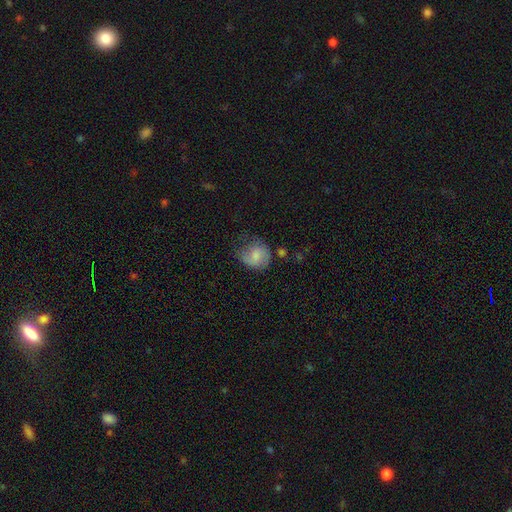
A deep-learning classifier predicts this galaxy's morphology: This is likely a smooth galaxy (71%). How rounded: likely round (69%). Merging: marginally none (43%).